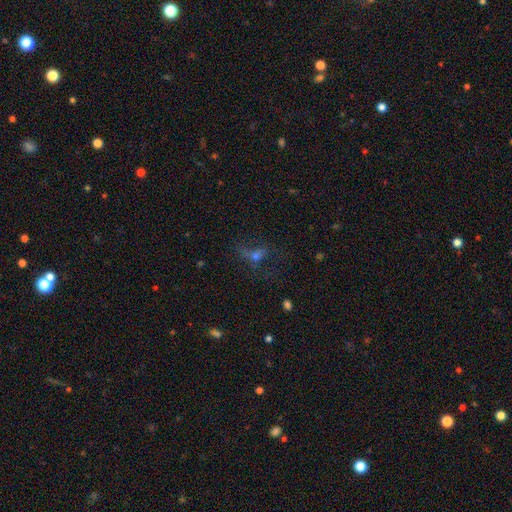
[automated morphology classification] This appears to be a smooth galaxy with no disk features (37%). Merging: none (41%).